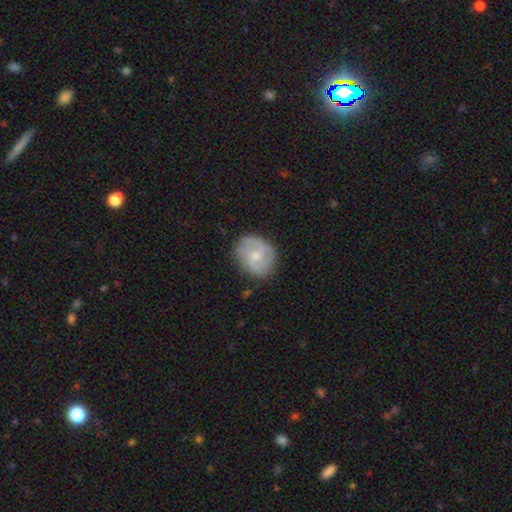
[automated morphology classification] This is possibly a featured or disk galaxy (56%). It is clearly not viewed edge-on (97%). Bar: possibly no (59%). Spiral arm pattern: clearly yes (81%). Central bulge: possibly moderate (52%). Merging: likely none (75%).